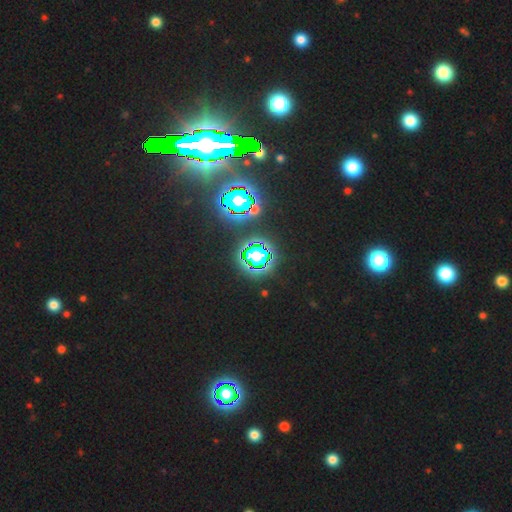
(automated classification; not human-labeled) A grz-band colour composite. It shows a star or artifact, not a galaxy (69%).